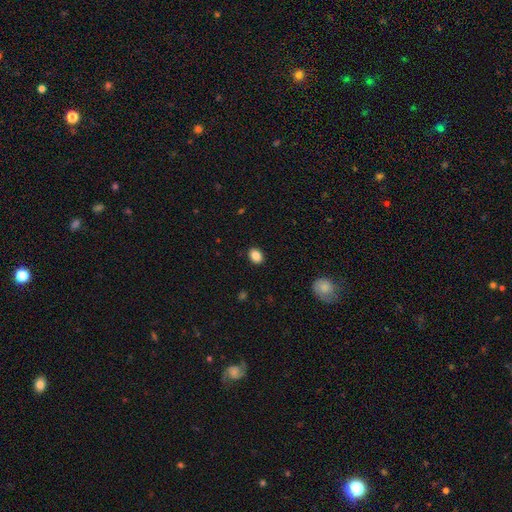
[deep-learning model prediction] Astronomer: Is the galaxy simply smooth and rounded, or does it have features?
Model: smooth — 87%.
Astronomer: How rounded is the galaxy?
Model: in between — 66%.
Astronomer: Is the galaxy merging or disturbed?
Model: none — 89%.